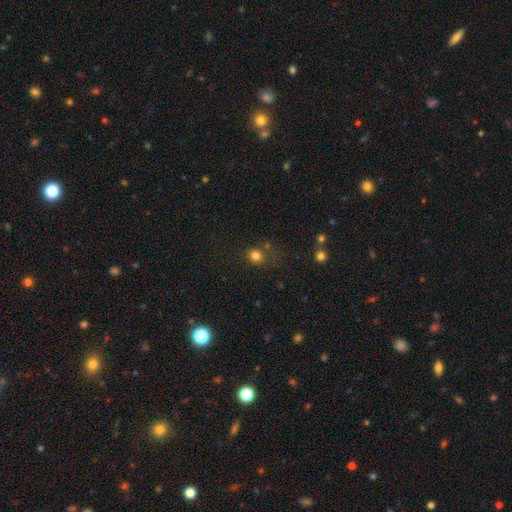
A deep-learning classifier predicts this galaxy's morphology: A smooth galaxy with no disk features (79%) that is round (83%). Merging: none (69%).